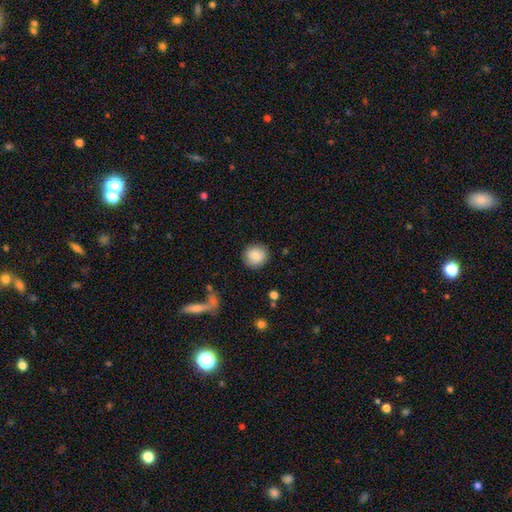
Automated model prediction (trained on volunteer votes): Smooth or featured? smooth (85%)
How rounded? round (87%)
Merging? none (87%)